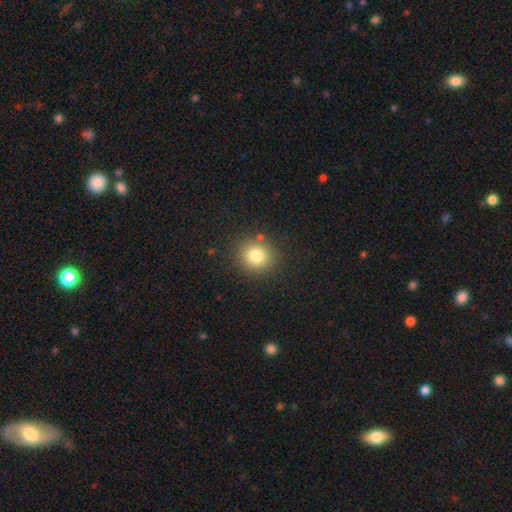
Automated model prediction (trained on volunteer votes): Smooth or featured?
  - smooth: 79% *
  - star or artifact: 13%
  - featured or disk: 8%
How rounded?
  - round: 85% *
  - in between: 14%
  - cigar-shaped: 1%
Merging?
  - none: 85% *
  - minor disturbance: 8%
  - merger: 4%
  - major disturbance: 3%